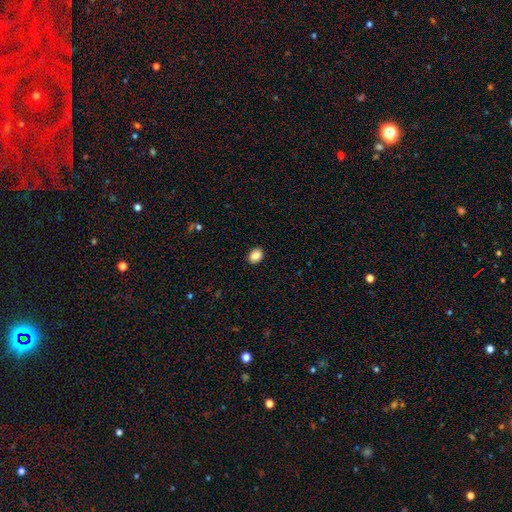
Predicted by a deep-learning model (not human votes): Morphology: type=smooth (87%); roundness=in between (66%); merging=none (90%).